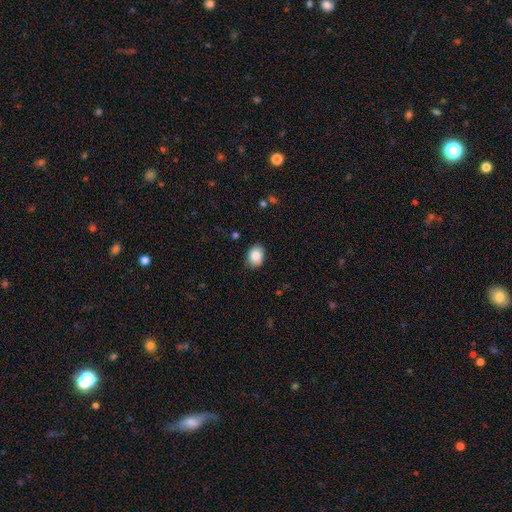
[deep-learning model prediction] This is clearly a smooth galaxy (86%). How rounded: likely in between (68%). Merging: clearly none (84%).